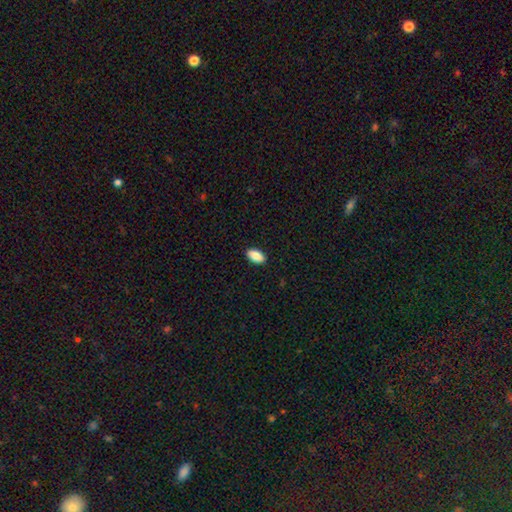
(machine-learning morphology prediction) Smooth or featured? Predicted: smooth (p=0.88). How rounded? Predicted: in between (p=0.92). Merging? Predicted: none (p=0.90).